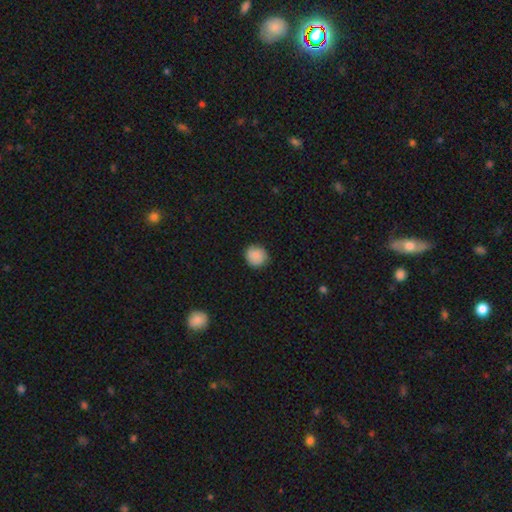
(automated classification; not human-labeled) smooth_or_featured: smooth (p=0.88) [alt: star or artifact p=0.08]
how_rounded: round (p=0.88) [alt: in between p=0.11]
merging: none (p=0.86) [alt: minor disturbance p=0.10]